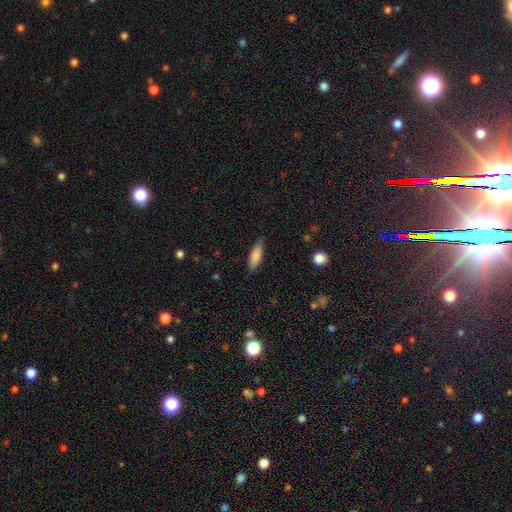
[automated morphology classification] Smooth or featured? smooth (84%)
How rounded? cigar-shaped (53%)
Merging? none (83%)